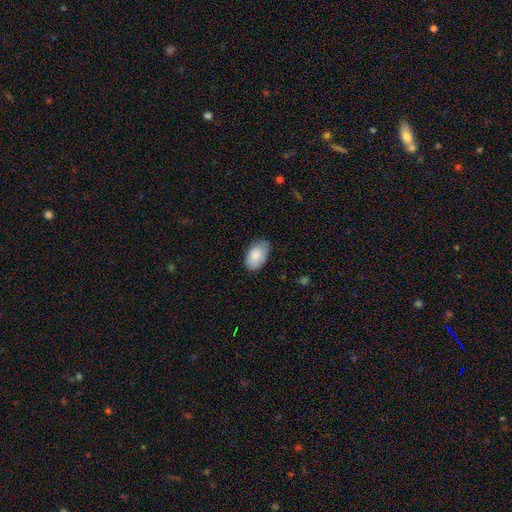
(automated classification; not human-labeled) A smooth galaxy with no disk features (84%) that is in between round and cigar-shaped (94%).

Vote fractions:
- Smooth or featured? smooth: 84% / featured or disk: 10% / star or artifact: 6%
- How rounded? in between: 94% / round: 5% / cigar-shaped: 1%
- Merging? none: 70% / minor disturbance: 25% / major disturbance: 4% / merger: 1%